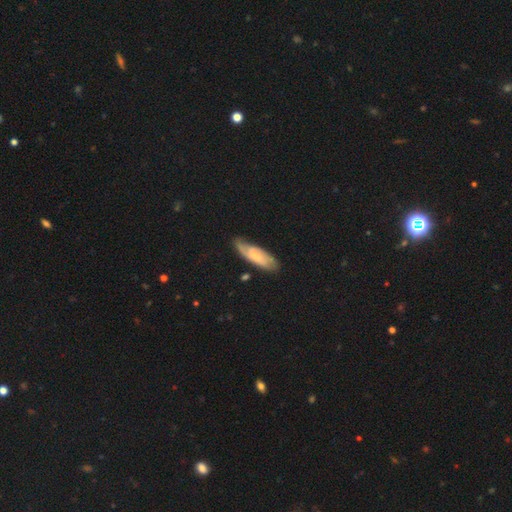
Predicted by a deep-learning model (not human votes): smooth_or_featured: featured or disk (p=0.56) [alt: smooth p=0.38]
disk_edge_on: no (p=0.84) [alt: yes p=0.16]
merging: none (p=0.66) [alt: minor disturbance p=0.24]